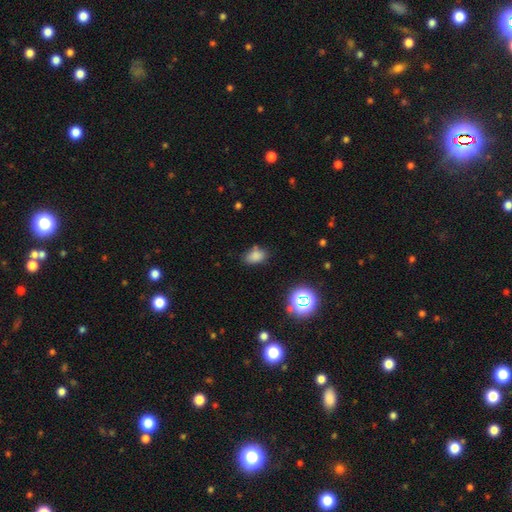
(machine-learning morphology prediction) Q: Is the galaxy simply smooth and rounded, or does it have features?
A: smooth — 79%.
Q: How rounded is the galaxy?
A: in between — 82%.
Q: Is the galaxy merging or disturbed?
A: none — 71%.